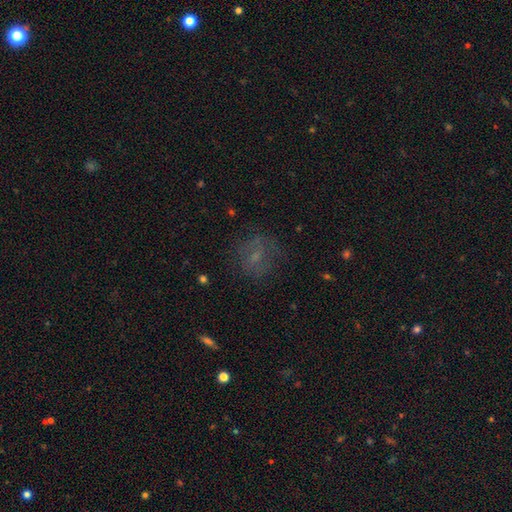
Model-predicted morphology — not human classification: smooth-or-featured: smooth: 49% | featured or disk: 28% | star or artifact: 23%
  merging: none: 67% | minor disturbance: 17% | major disturbance: 14% | merger: 2%